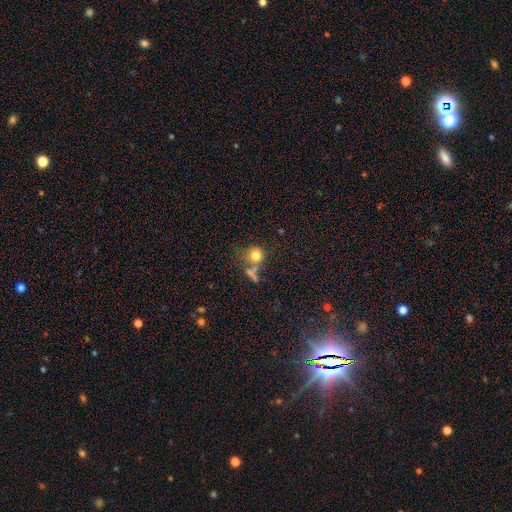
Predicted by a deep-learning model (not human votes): A smooth galaxy with no disk features (77%) that is round (86%).

Vote fractions:
- Smooth or featured? smooth: 77% / star or artifact: 12% / featured or disk: 11%
- How rounded? round: 86% / in between: 12% / cigar-shaped: 2%
- Merging? none: 51% / merger: 26% / minor disturbance: 13% / major disturbance: 10%